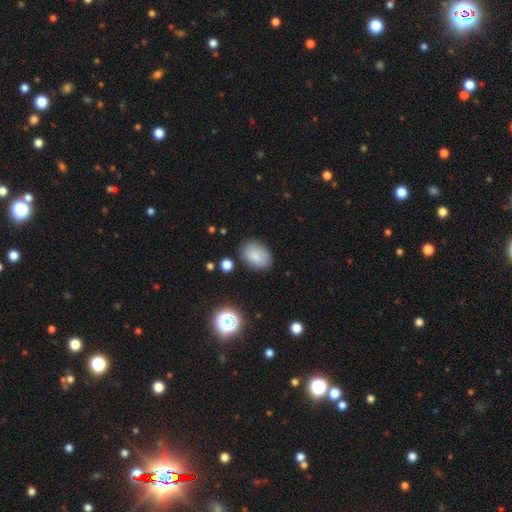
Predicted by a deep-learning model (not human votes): The model was most divided on "how rounded": in between: 81%, round: 18%, cigar-shaped: 1%. More confident: smooth or featured — smooth (81%); merging — none (79%).